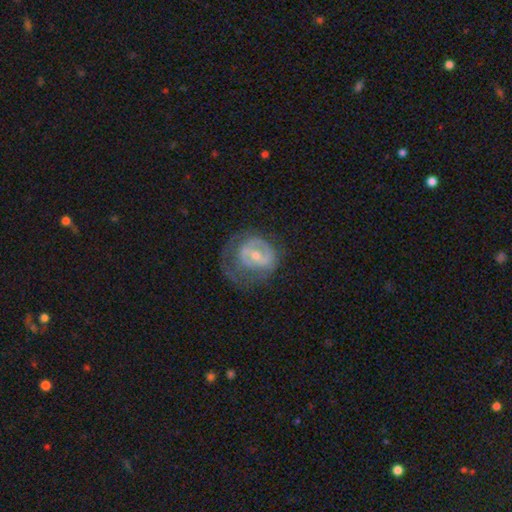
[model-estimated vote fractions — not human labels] Morphology: type=featured or disk (69%); edge-on=no (97%); bar=weak (47%); spiral arms=yes (60%); bulge=small (47%, tied with moderate); merging=none (41%).